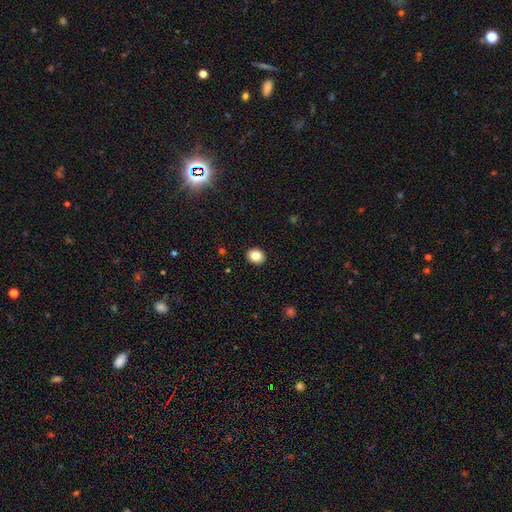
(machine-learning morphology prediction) Smooth or featured?
  - smooth: 84% *
  - star or artifact: 10%
  - featured or disk: 6%
How rounded?
  - round: 62% *
  - in between: 37%
  - cigar-shaped: 1%
Merging?
  - none: 91% *
  - minor disturbance: 6%
  - major disturbance: 2%
  - merger: 1%